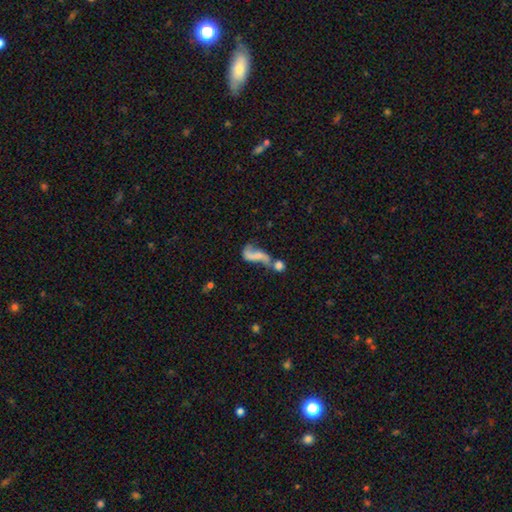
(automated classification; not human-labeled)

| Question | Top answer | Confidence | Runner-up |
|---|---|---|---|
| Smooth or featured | featured or disk | 55% | smooth (33%) |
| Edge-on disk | no | 93% | yes (7%) |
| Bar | no | 56% | weak (29%) |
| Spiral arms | yes | 70% | no (30%) |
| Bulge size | none | 55% | small (25%) |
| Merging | merger | 50% | none (21%) |